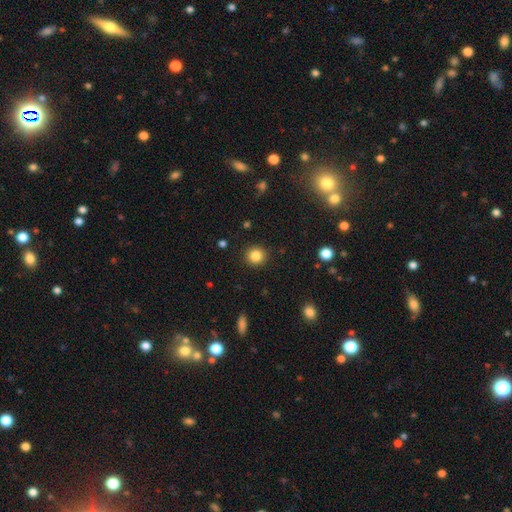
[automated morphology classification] The model was most divided on "smooth or featured": smooth: 85%, star or artifact: 11%, featured or disk: 4%. More confident: how rounded — round (92%); merging — none (91%).